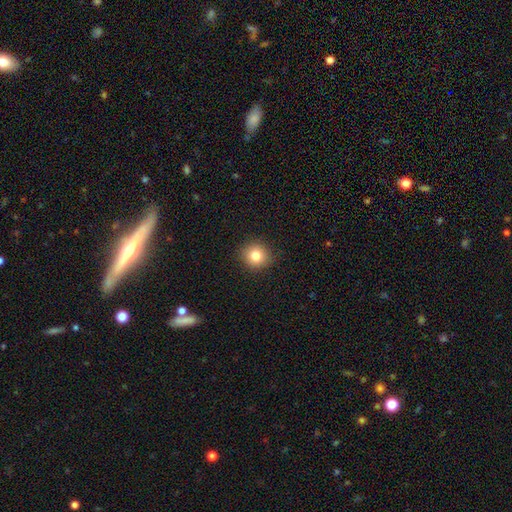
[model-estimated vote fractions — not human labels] Smooth or featured? Predicted: smooth (p=0.80). How rounded? Predicted: round (p=0.89). Merging? Predicted: none (p=0.90).